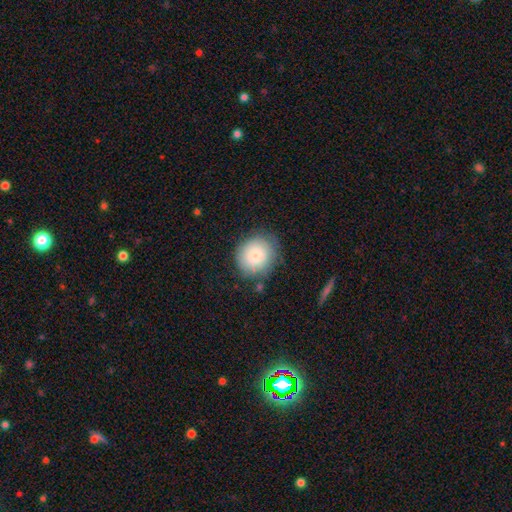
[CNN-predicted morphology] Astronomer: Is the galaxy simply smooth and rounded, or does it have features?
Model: smooth — 80%.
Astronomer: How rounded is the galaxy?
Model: round — 83%.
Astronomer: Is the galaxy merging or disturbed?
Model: none — 77%.